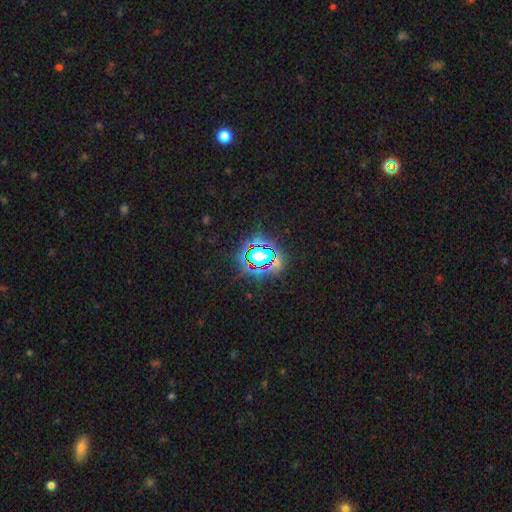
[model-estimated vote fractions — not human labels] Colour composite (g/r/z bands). It shows a star or artifact, not a galaxy (67%).